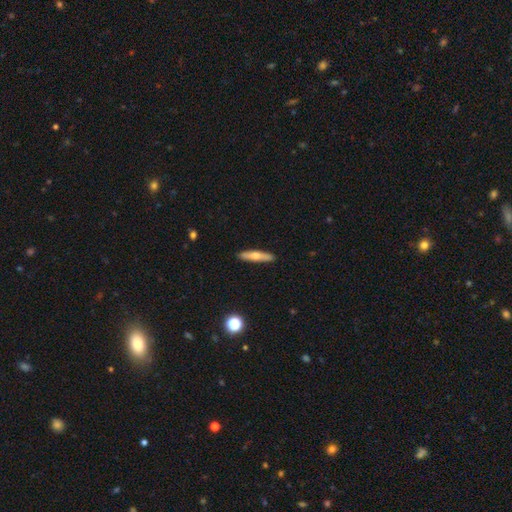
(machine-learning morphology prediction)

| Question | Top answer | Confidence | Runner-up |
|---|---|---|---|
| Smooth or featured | smooth | 57% | featured or disk (37%) |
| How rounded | cigar-shaped | 87% | in between (12%) |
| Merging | none | 90% | minor disturbance (7%) |